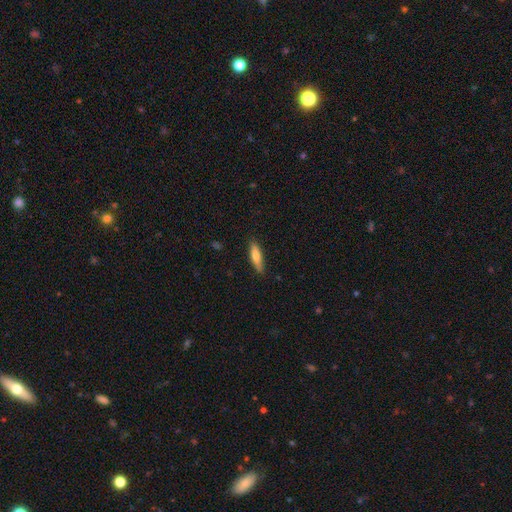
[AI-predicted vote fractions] smooth-or-featured: smooth: 72% | featured or disk: 22% | star or artifact: 6%
  how-rounded: cigar-shaped: 68% | in between: 30% | round: 2%
  merging: none: 86% | minor disturbance: 11% | major disturbance: 2% | merger: 1%